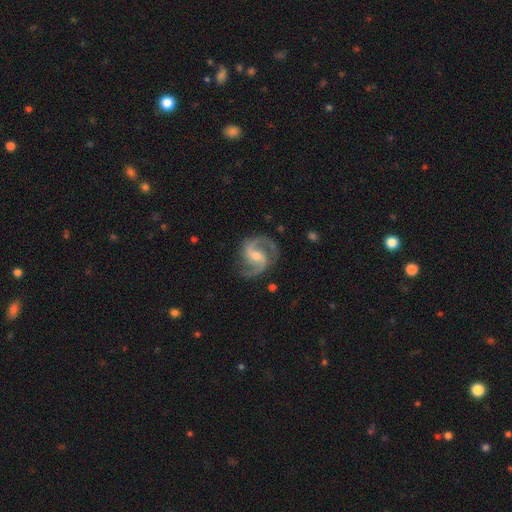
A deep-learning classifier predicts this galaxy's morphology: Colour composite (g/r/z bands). It shows a featured or disk galaxy (93%) with a weak bar (49%), 2 (93%) medium (64%) spiral arms (98%) and a moderate central bulge (57%). Merging: none (81%).